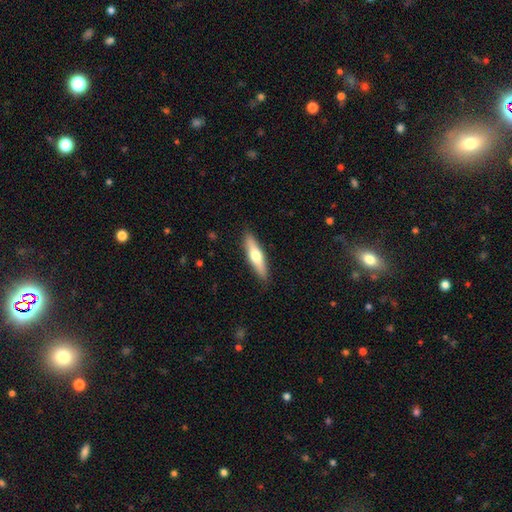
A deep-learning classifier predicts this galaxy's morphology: Overall: smooth (54%; featured or disk 41%). How rounded: cigar-shaped (75%). Merging: none (89%).